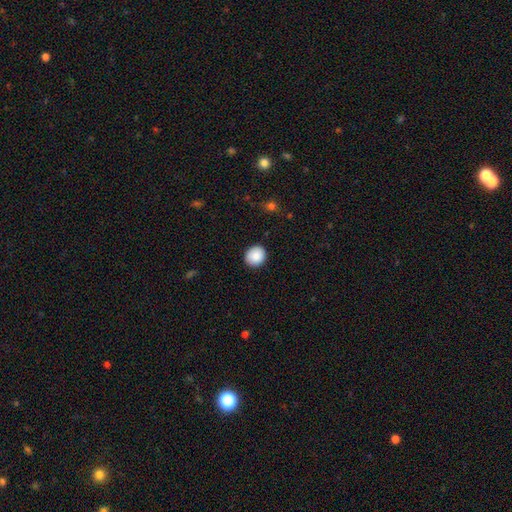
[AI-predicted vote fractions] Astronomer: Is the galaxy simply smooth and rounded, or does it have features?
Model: smooth — 88%.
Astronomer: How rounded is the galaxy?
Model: round — 85%.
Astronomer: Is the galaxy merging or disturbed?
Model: none — 90%.